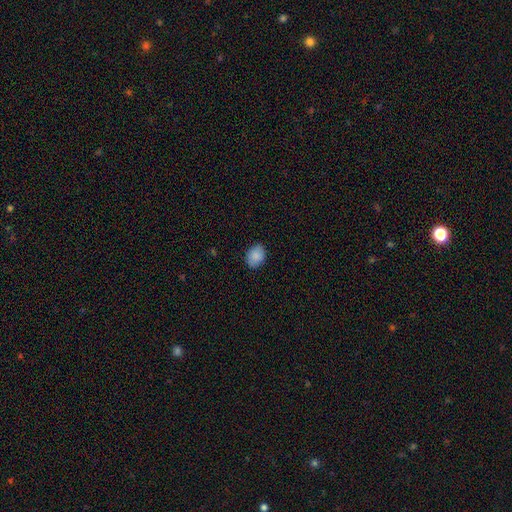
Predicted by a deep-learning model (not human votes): smooth-or-featured: smooth: 88% | star or artifact: 7% | featured or disk: 5%
  how-rounded: in between: 65% | round: 34% | cigar-shaped: 1%
  merging: none: 86% | minor disturbance: 11% | major disturbance: 2% | merger: 1%